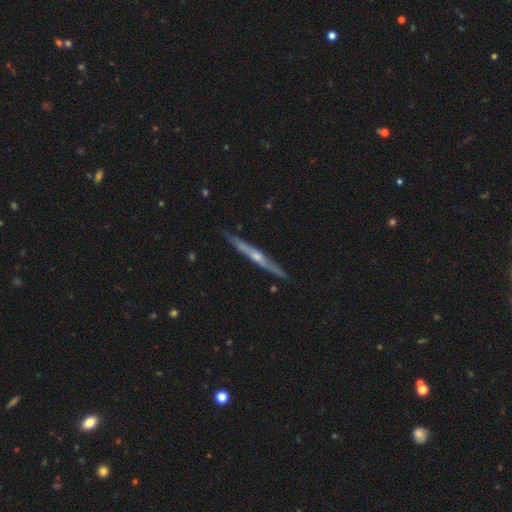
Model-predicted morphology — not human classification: A featured or disk galaxy (77%) viewed edge-on (98%) with a rounded central bulge (75%). Merging: none (89%).